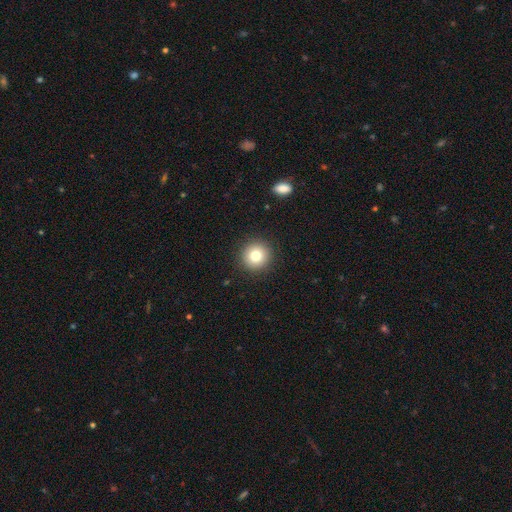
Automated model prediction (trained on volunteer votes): Smooth or featured: smooth — 79% (star or artifact — 12%)
How rounded: round — 94% (in between — 5%)
Merging: none — 92% (minor disturbance — 5%)